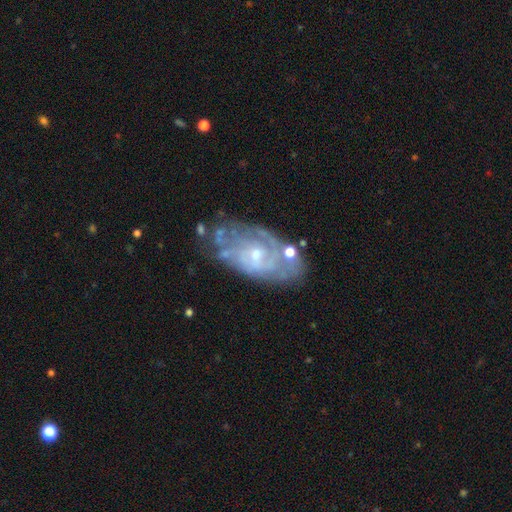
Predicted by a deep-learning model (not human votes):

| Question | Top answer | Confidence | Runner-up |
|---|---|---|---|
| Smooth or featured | featured or disk | 77% | smooth (15%) |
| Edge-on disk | no | 94% | yes (6%) |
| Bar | no | 61% | weak (33%) |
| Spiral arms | yes | 75% | no (25%) |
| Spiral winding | tight | 57% | medium (32%) |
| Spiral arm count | can't tell | 55% | 2 (22%) |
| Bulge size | small | 63% | moderate (31%) |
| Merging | none | 56% | minor disturbance (24%) |